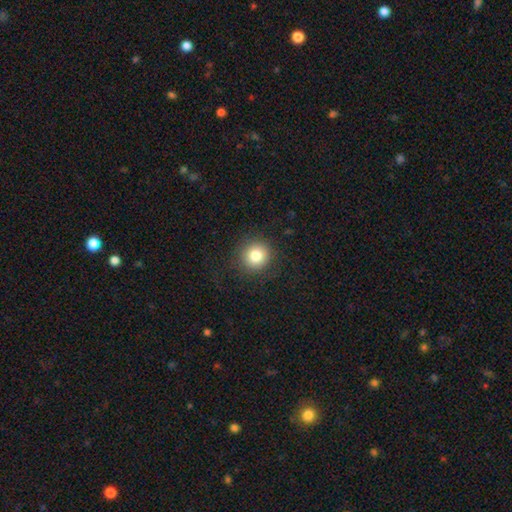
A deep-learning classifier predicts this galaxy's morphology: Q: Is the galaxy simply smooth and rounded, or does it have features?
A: smooth — 81%.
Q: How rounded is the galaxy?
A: round — 92%.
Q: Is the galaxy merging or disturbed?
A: none — 88%.